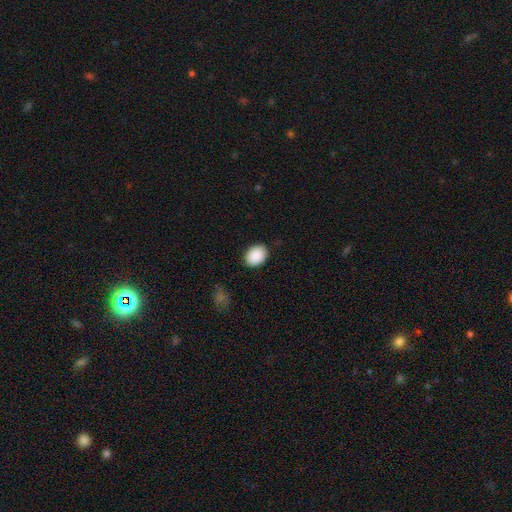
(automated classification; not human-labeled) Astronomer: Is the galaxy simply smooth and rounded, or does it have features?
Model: smooth — 91%.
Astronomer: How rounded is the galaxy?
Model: in between — 65%.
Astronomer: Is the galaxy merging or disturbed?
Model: none — 88%.